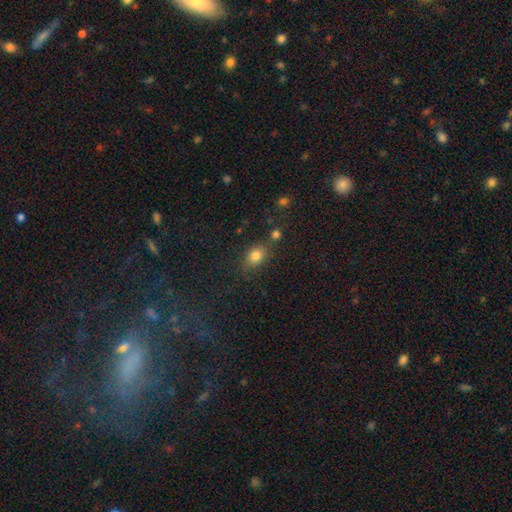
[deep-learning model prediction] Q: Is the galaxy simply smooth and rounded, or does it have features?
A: smooth — 80%.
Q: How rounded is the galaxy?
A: in between — 59%.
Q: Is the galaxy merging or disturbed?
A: none — 68%.